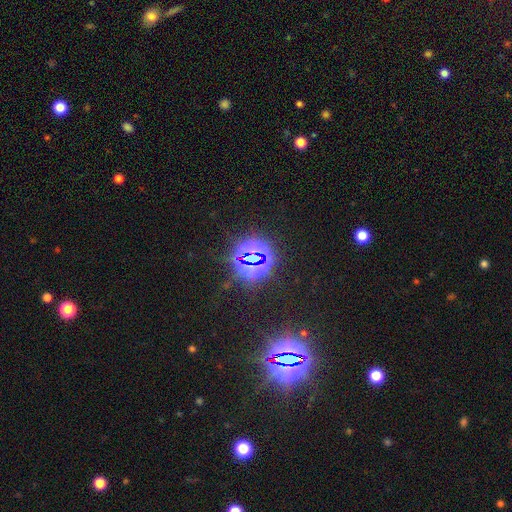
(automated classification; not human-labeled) Overall: star or artifact (82%).